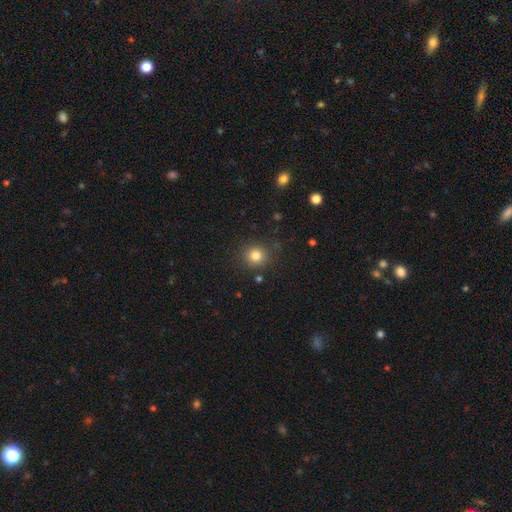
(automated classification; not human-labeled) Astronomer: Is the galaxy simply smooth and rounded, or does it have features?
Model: smooth — 81%.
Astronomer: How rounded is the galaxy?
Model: round — 89%.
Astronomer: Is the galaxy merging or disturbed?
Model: none — 87%.